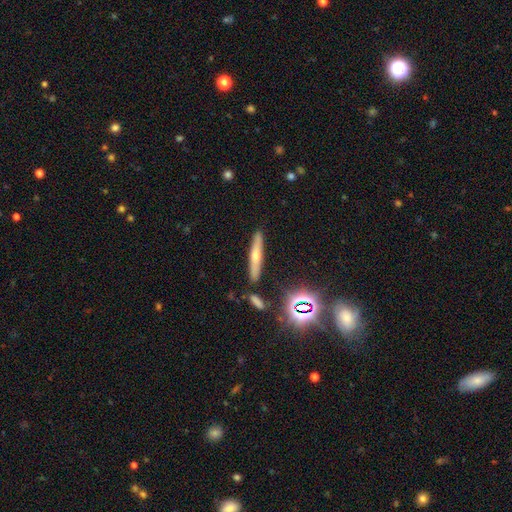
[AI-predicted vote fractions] A featured or disk galaxy (49%). Merging: none (88%).